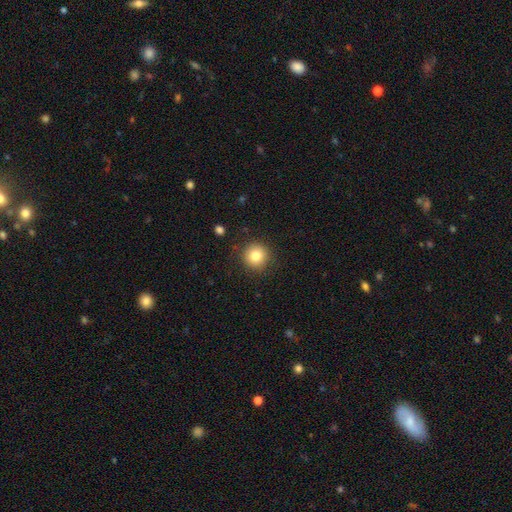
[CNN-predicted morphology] Smooth or featured? smooth (82%)
How rounded? round (94%)
Merging? none (88%)